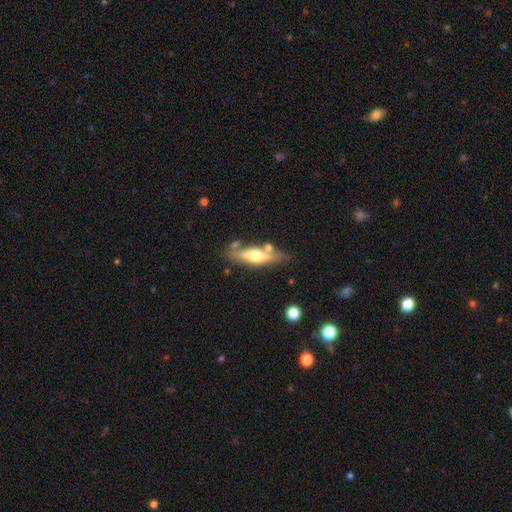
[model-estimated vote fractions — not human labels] A featured or disk galaxy (52%) viewed edge-on (80%). Merging: none (70%).